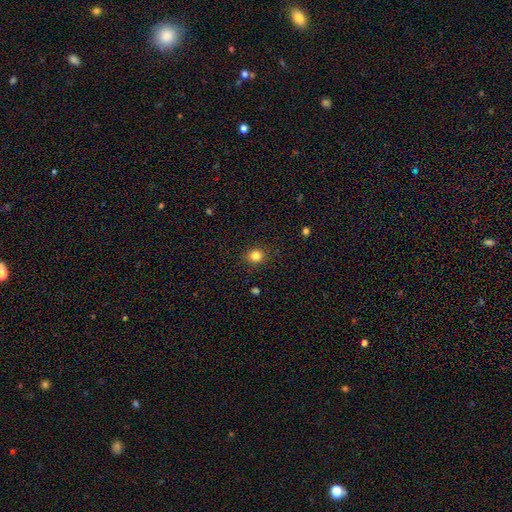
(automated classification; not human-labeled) Morphology: type=smooth (83%); roundness=round (80%); merging=none (89%).